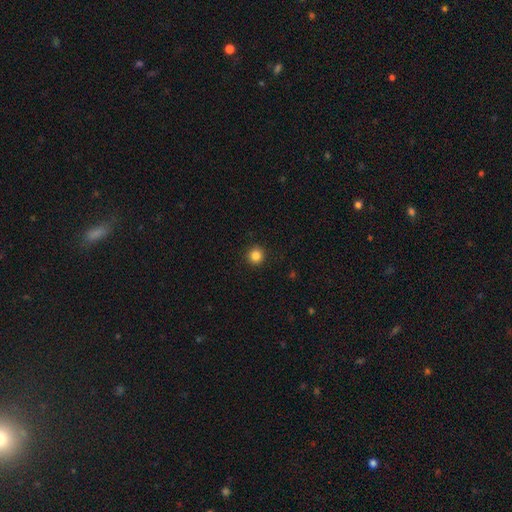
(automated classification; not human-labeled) A smooth galaxy with no disk features (85%) that is round (95%). Merging: none (93%).